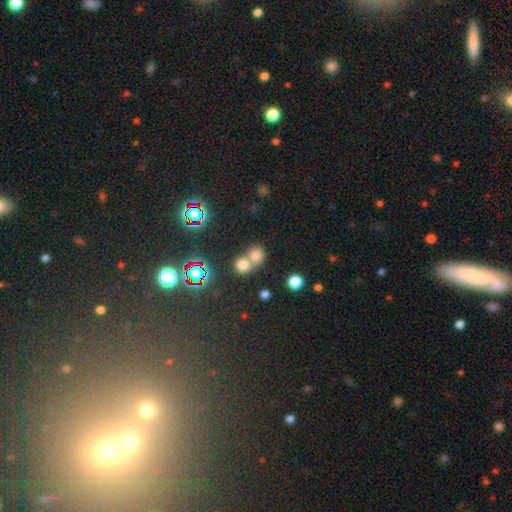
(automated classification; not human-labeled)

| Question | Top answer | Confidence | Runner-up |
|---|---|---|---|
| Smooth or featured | smooth | 70% | star or artifact (21%) |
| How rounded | round | 81% | in between (18%) |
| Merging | merger | 53% | none (39%) |